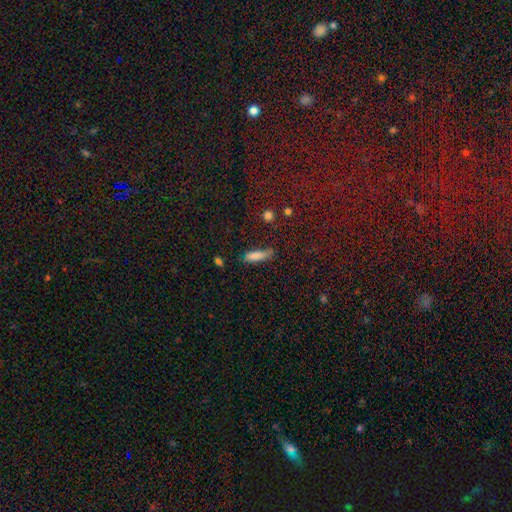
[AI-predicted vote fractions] Smooth or featured? smooth (81%)
How rounded? cigar-shaped (62%)
Merging? none (59%)